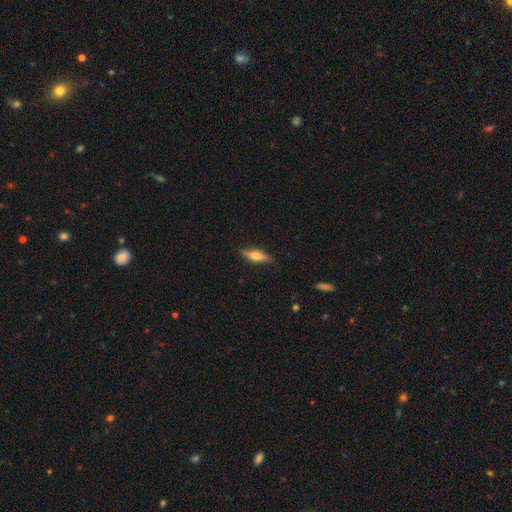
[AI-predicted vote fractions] A smooth galaxy with no disk features (57%) that is cigar-shaped (61%).

Vote fractions:
- Smooth or featured? smooth: 57% / featured or disk: 37% / star or artifact: 6%
- How rounded? cigar-shaped: 61% / in between: 37% / round: 2%
- Merging? none: 86% / minor disturbance: 11% / major disturbance: 2% / merger: 1%